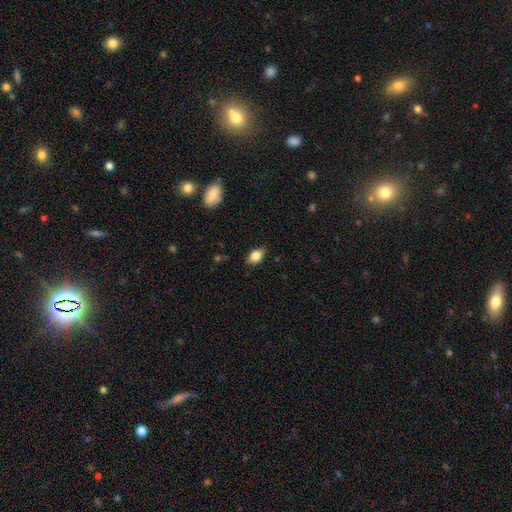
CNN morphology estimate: smooth 81%, featured or disk 11%, star or artifact 8%. Down the decision tree: how rounded — in between (84%); merging — none (81%).